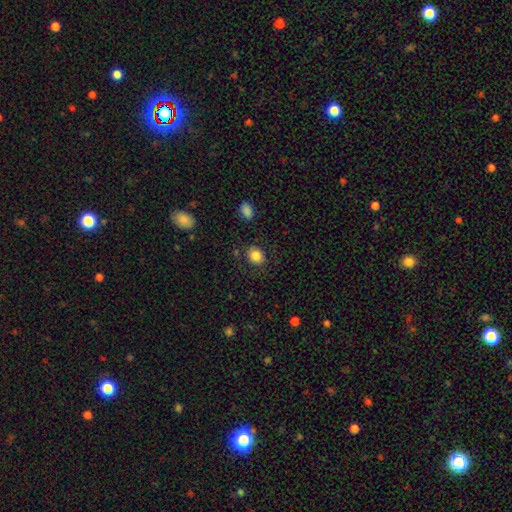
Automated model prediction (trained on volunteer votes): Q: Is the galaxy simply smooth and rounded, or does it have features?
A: smooth — 84%.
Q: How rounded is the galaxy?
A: round — 56%.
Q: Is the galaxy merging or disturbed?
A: none — 81%.